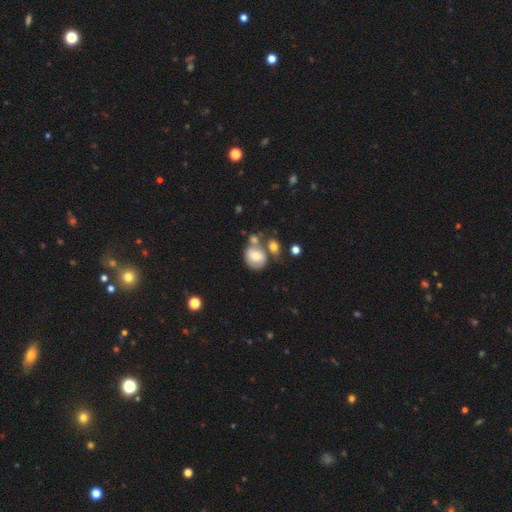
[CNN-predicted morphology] Smooth or featured? smooth (66%)
How rounded? round (64%)
Merging? none (38%)